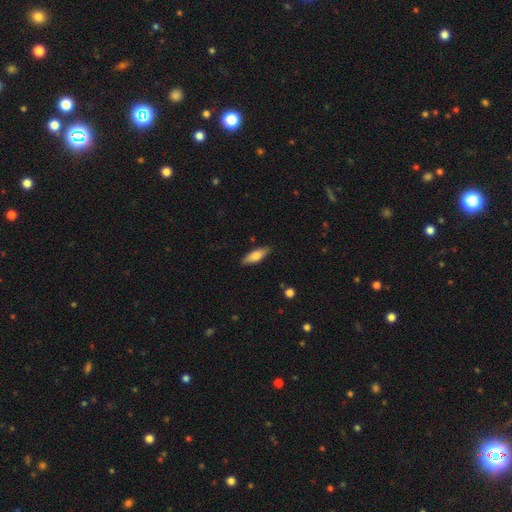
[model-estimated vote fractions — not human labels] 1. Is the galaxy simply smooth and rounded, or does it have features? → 74% smooth, 20% featured or disk, 6% star or artifact.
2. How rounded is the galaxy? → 58% in between, 40% cigar-shaped, 2% round.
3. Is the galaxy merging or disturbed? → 85% none, 12% minor disturbance, 2% major disturbance, 1% merger.